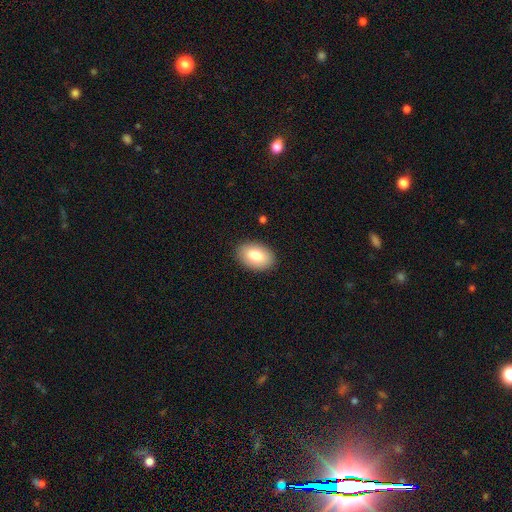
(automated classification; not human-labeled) A smooth galaxy with no disk features (80%) that is in between round and cigar-shaped (88%). Merging: none (88%).